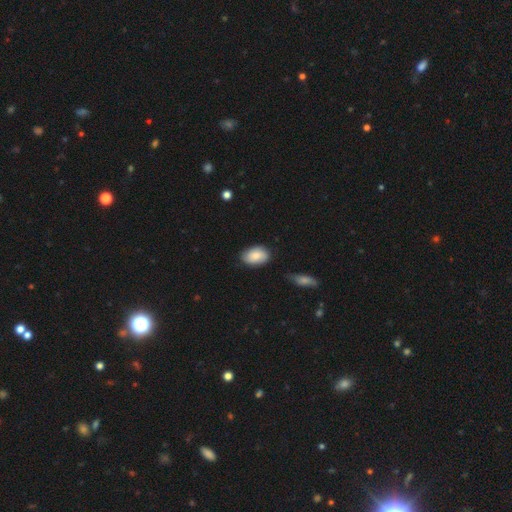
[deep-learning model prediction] smooth 81%, featured or disk 12%, star or artifact 7%. Down the decision tree: how rounded — in between (89%); merging — none (79%).